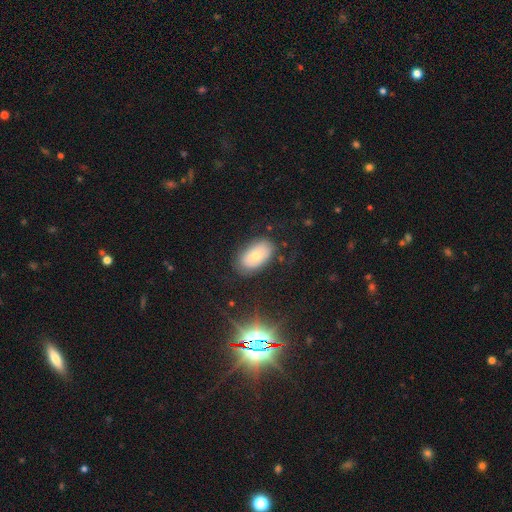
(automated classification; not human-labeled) This appears to be a smooth galaxy with no disk features (64%) that is in between round and cigar-shaped (93%). Merging: none (76%).